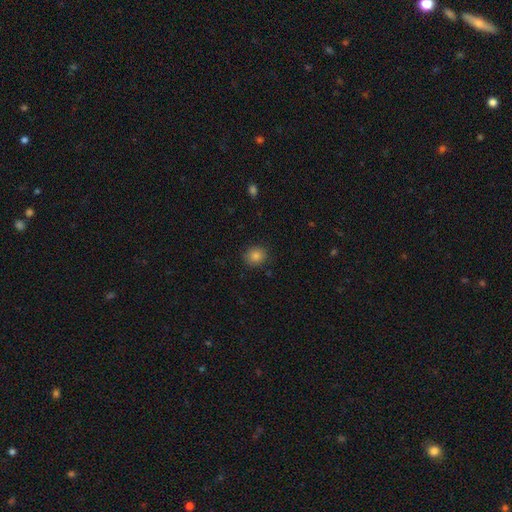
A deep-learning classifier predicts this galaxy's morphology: smooth-or-featured: smooth: 83% | star or artifact: 11% | featured or disk: 5%
  how-rounded: round: 82% | in between: 17% | cigar-shaped: 1%
  merging: none: 88% | minor disturbance: 8% | major disturbance: 2% | merger: 1%